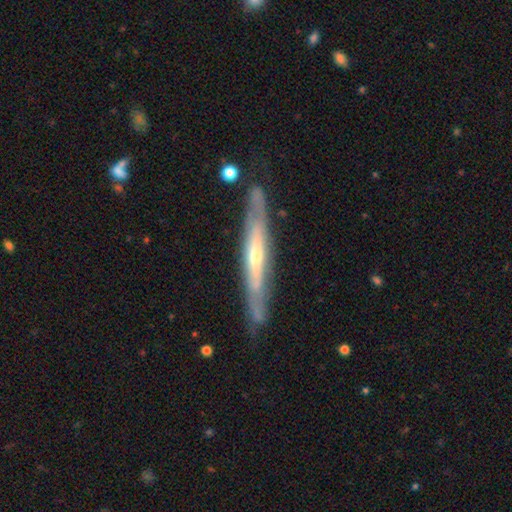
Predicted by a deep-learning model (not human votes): smooth_or_featured: featured or disk (p=0.75) [alt: smooth p=0.20]
disk_edge_on: yes (p=0.80) [alt: no p=0.20]
edge_on_bulge: rounded (p=0.62) [alt: none p=0.32]
merging: none (p=0.80) [alt: minor disturbance p=0.14]